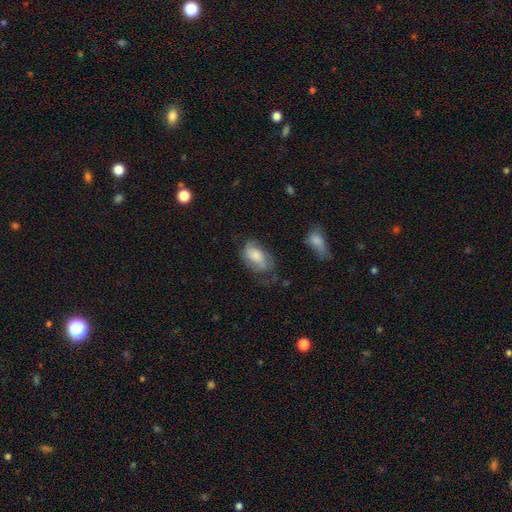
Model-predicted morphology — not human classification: type=smooth (65%); roundness=in between (91%); merging=none (41%).